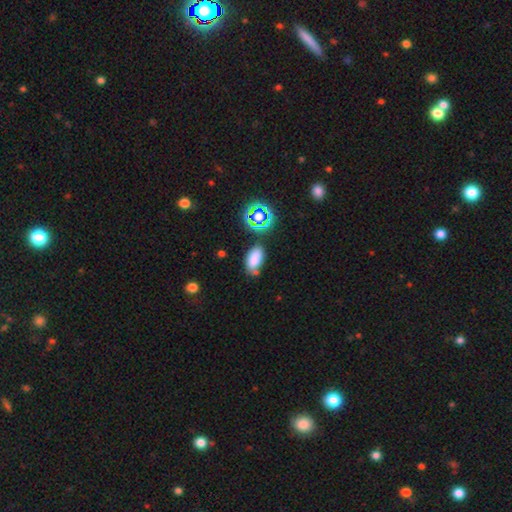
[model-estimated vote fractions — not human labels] smooth 74%, star or artifact 17%, featured or disk 9%. Down the decision tree: how rounded — in between (91%); merging — none (68%).